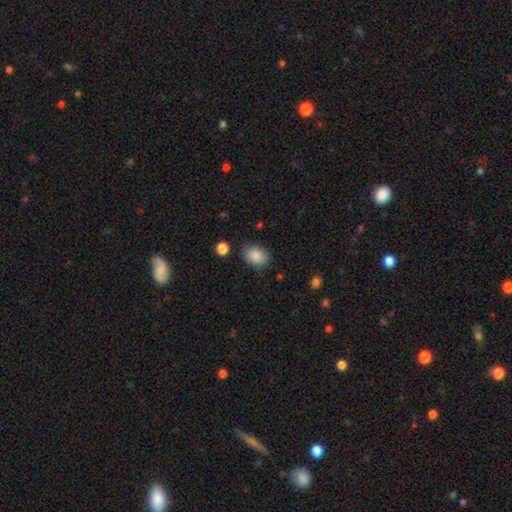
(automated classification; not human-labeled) Overall: smooth (87%). How rounded: in between (72%). Merging: none (80%).